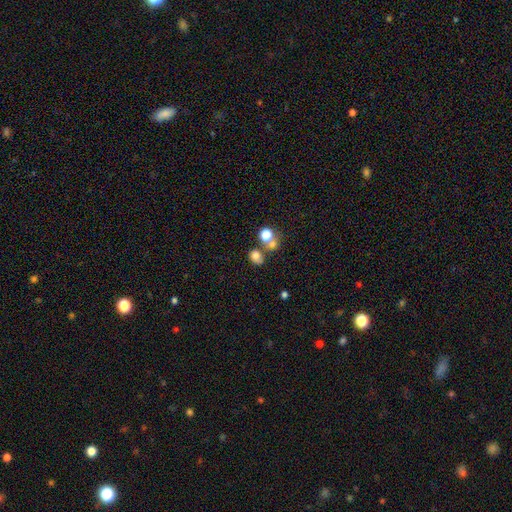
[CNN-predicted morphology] The model was most divided on "merging": none: 47%, merger: 34%, minor disturbance: 12%, major disturbance: 7%. More confident: smooth or featured — smooth (72%); how rounded — round (59%).